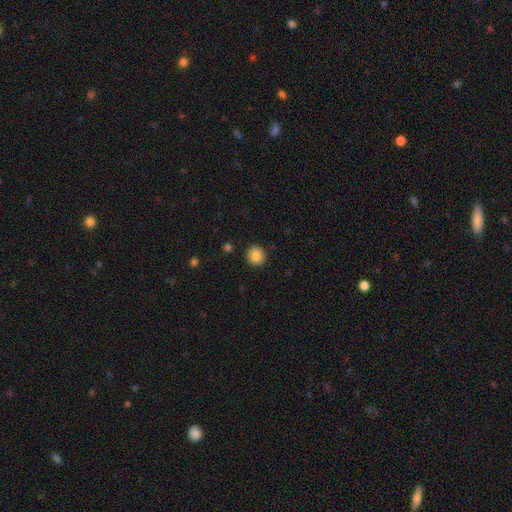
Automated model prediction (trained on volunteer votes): Overall: smooth (84%). How rounded: round (90%). Merging: none (91%).